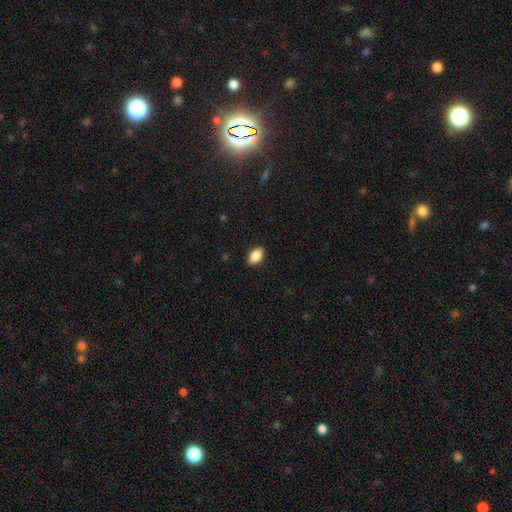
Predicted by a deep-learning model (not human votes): Morphology: type=smooth (86%); roundness=in between (91%); merging=none (88%).